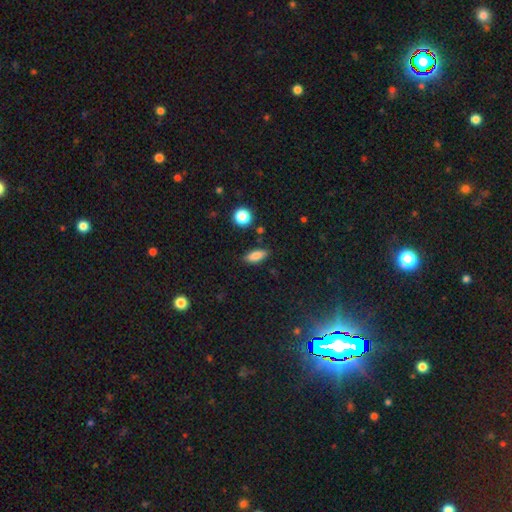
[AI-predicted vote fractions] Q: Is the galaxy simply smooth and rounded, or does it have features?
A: smooth — 83%.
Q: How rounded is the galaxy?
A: in between — 75%.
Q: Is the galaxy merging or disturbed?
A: none — 84%.